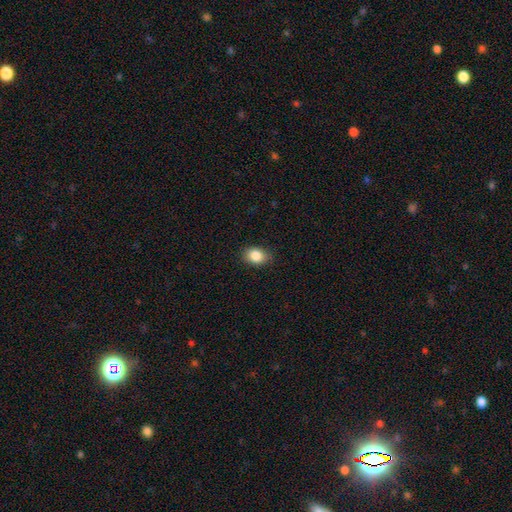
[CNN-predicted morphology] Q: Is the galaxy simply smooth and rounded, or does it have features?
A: smooth — 86%.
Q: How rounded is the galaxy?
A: in between — 71%.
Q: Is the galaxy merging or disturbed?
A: none — 85%.